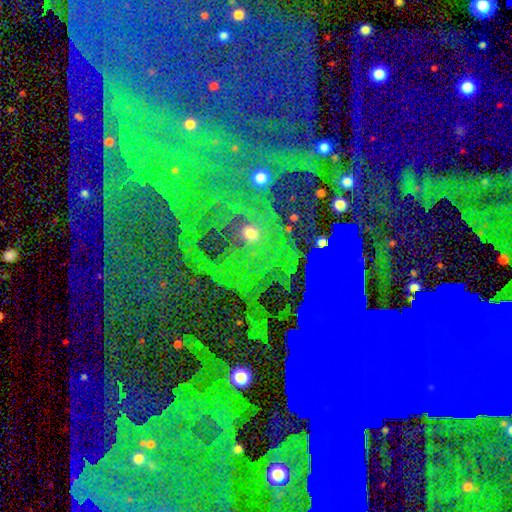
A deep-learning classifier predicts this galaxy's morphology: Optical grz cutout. It shows a star or artifact, not a galaxy (84%).